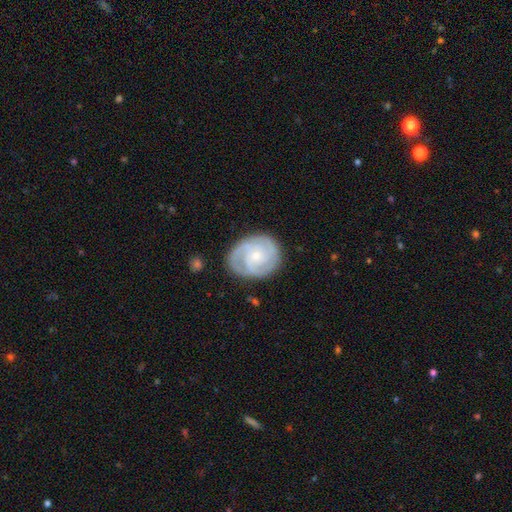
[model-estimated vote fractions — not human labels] This is clearly a featured or disk galaxy (82%). It is clearly not viewed edge-on (98%). Bar: likely no (72%). Spiral arm pattern: clearly yes (96%). Spiral arm count: marginally 3 (43%). Spiral winding: likely tight (64%). Central bulge: likely small (70%). Merging: likely none (78%).